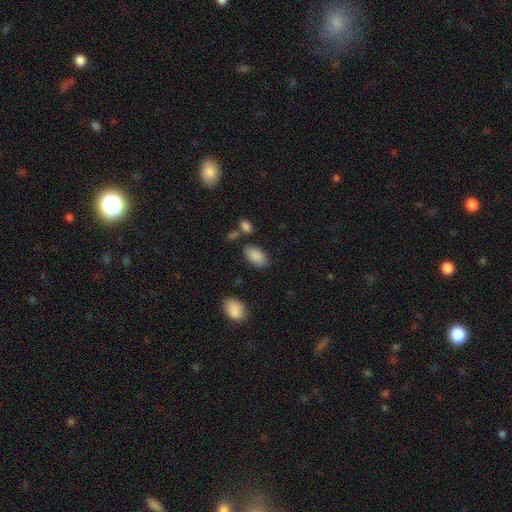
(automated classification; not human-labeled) Smooth or featured? smooth (88%)
How rounded? in between (94%)
Merging? none (77%)